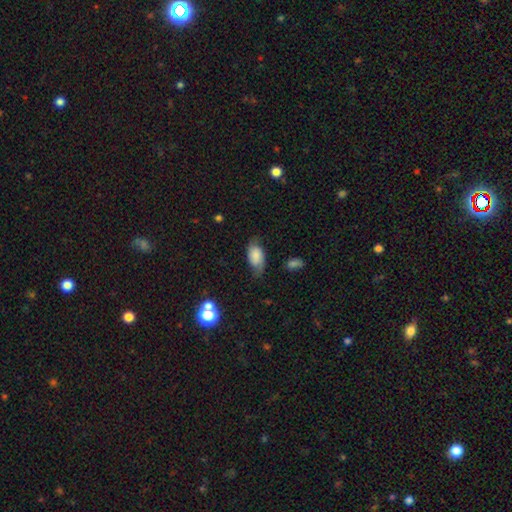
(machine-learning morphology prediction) A smooth galaxy with no disk features (54%) that is in between round and cigar-shaped (91%). Merging: none (62%).